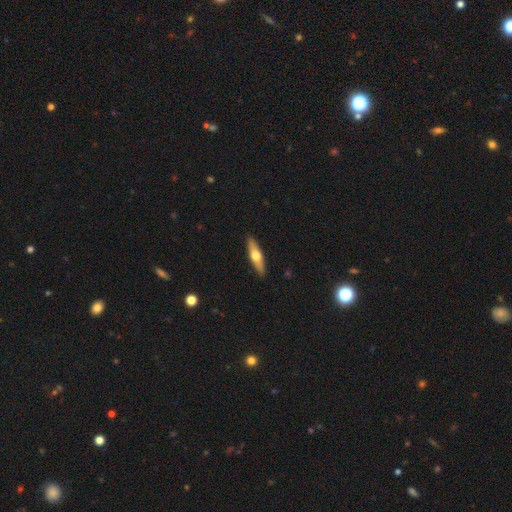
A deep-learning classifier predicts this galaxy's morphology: smooth_or_featured: smooth (p=0.49) [alt: featured or disk p=0.46]
merging: none (p=0.91) [alt: minor disturbance p=0.07]